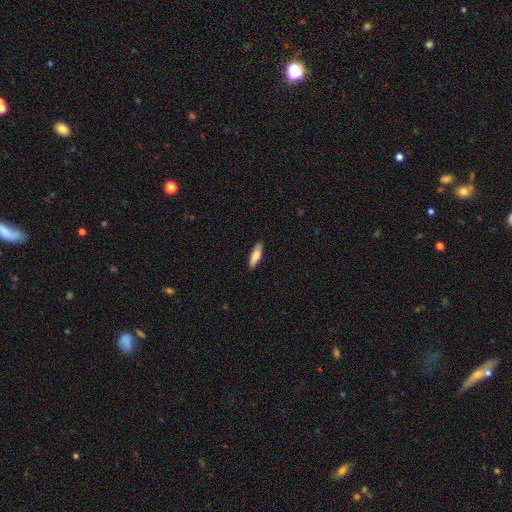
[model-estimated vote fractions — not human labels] Q: Smooth or featured?
A: smooth (79%); runner-up: featured or disk (15%)
Q: How rounded?
A: cigar-shaped (58%); runner-up: in between (41%)
Q: Merging?
A: none (87%); runner-up: minor disturbance (10%)